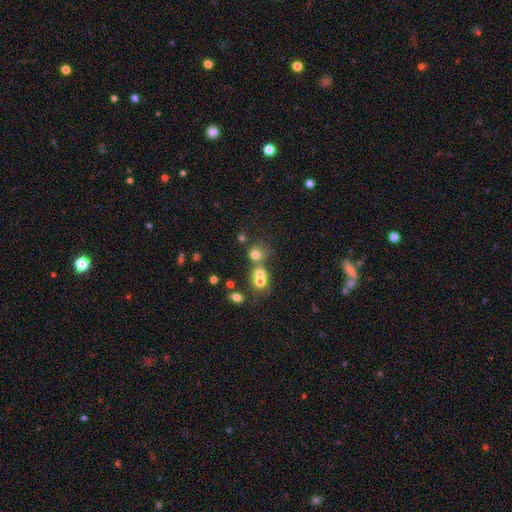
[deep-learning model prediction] smooth 59%, star or artifact 27%, featured or disk 14%. Down the decision tree: how rounded — round (84%); merging — none (49%).